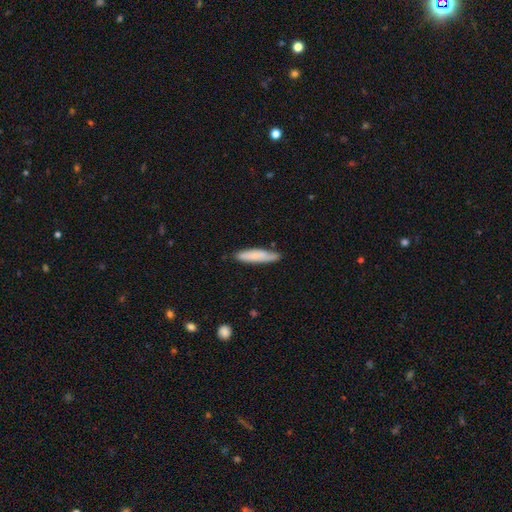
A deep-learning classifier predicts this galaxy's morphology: Smooth or featured?
  - smooth: 78% *
  - featured or disk: 16%
  - star or artifact: 6%
How rounded?
  - cigar-shaped: 83% *
  - in between: 16%
  - round: 1%
Merging?
  - none: 79% *
  - minor disturbance: 17%
  - major disturbance: 3%
  - merger: 2%